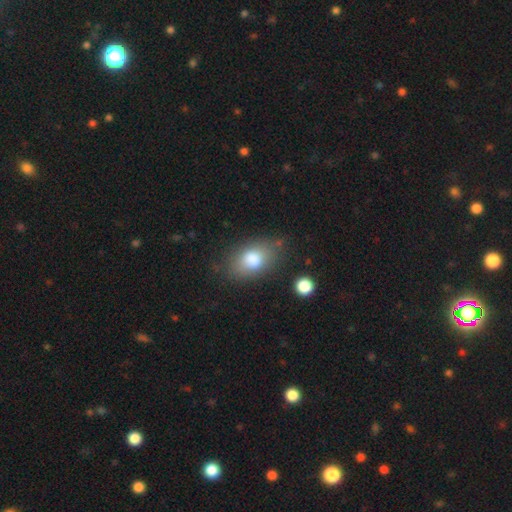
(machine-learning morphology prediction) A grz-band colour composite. It shows a smooth galaxy with no disk features (80%) that is in between round and cigar-shaped (85%). Merging: none (72%).